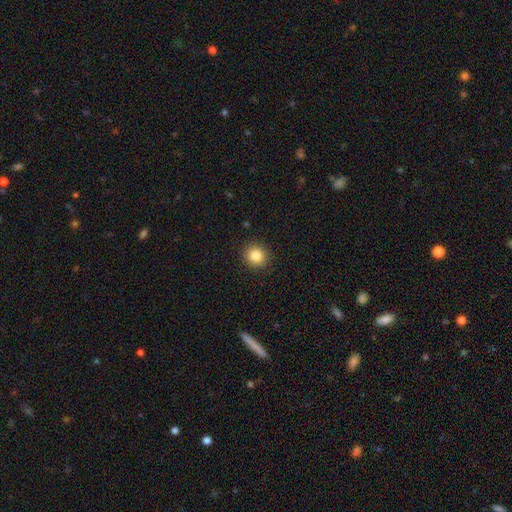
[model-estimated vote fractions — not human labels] smooth-or-featured: smooth: 84% | star or artifact: 11% | featured or disk: 6%
  how-rounded: round: 89% | in between: 10% | cigar-shaped: 1%
  merging: none: 91% | minor disturbance: 6% | major disturbance: 2% | merger: 1%